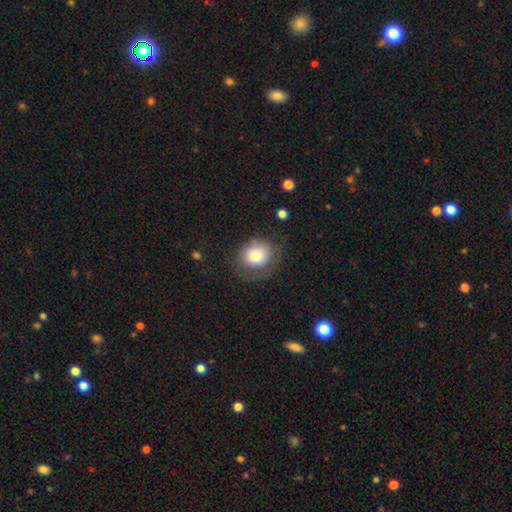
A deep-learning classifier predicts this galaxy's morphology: smooth 77%, featured or disk 14%, star or artifact 9%. Down the decision tree: how rounded — round (72%); merging — none (67%).